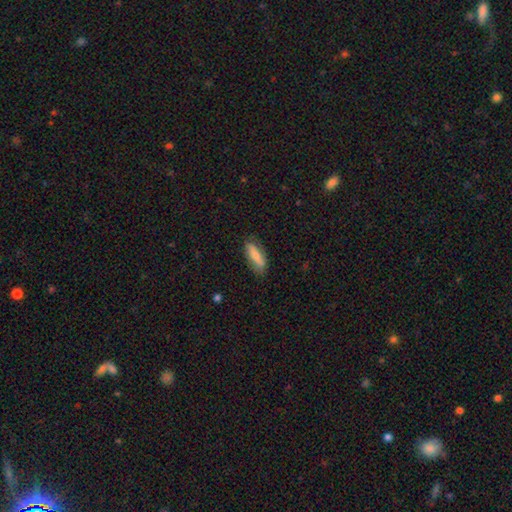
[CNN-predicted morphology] Smooth or featured? Predicted: smooth (p=0.68). How rounded? Predicted: in between (p=0.55). Merging? Predicted: none (p=0.76).